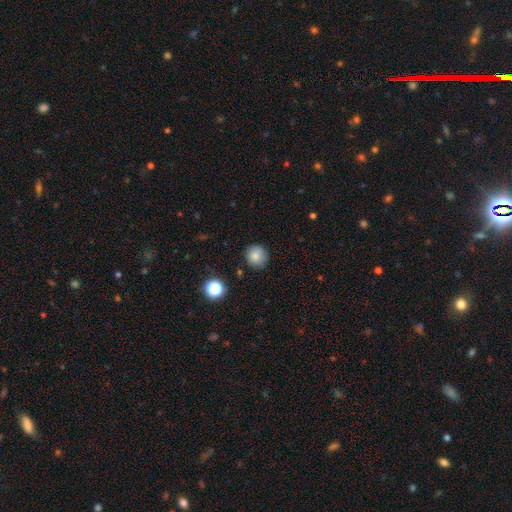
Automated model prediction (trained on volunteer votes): This appears to be a smooth galaxy with no disk features (82%) that is round (93%). Merging: none (84%).